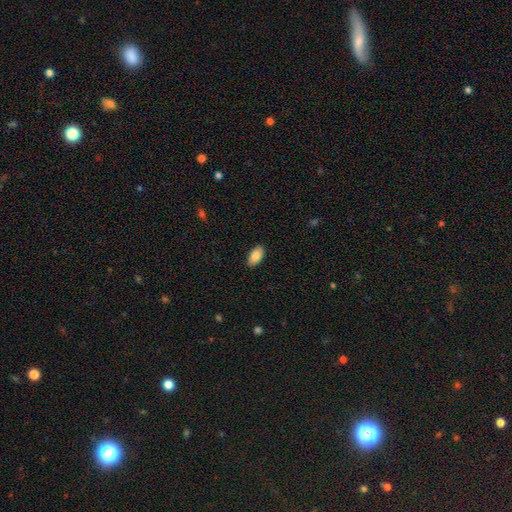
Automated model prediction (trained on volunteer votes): smooth_or_featured: smooth (p=0.83) [alt: featured or disk p=0.10]
how_rounded: in between (p=0.94) [alt: cigar-shaped p=0.03]
merging: none (p=0.90) [alt: minor disturbance p=0.08]